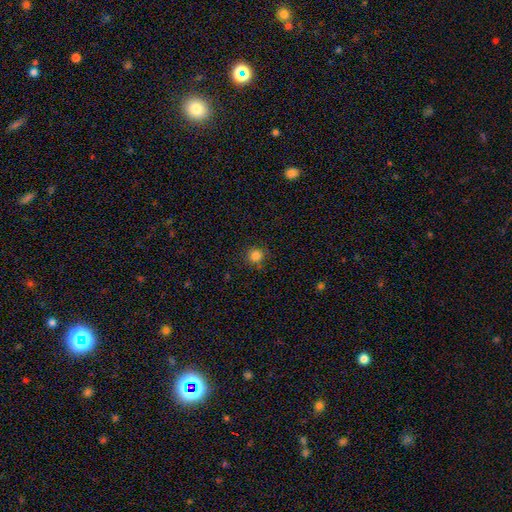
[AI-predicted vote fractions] smooth_or_featured: smooth (p=0.83) [alt: star or artifact p=0.13]
how_rounded: round (p=0.94) [alt: in between p=0.05]
merging: none (p=0.86) [alt: minor disturbance p=0.10]